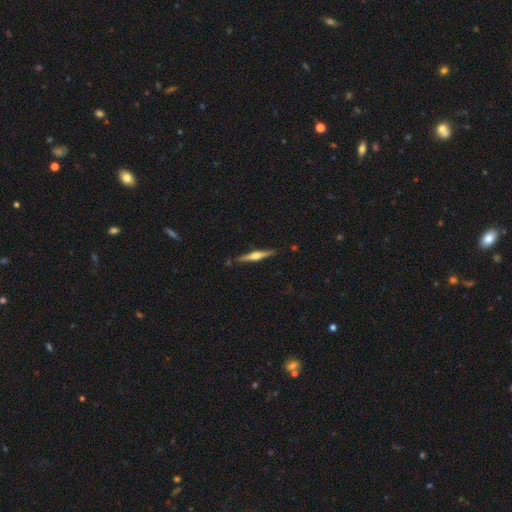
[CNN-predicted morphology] Smooth or featured? featured or disk (68%)
Edge-on disk? yes (98%)
Edge-on bulge? rounded (88%)
Merging? none (87%)